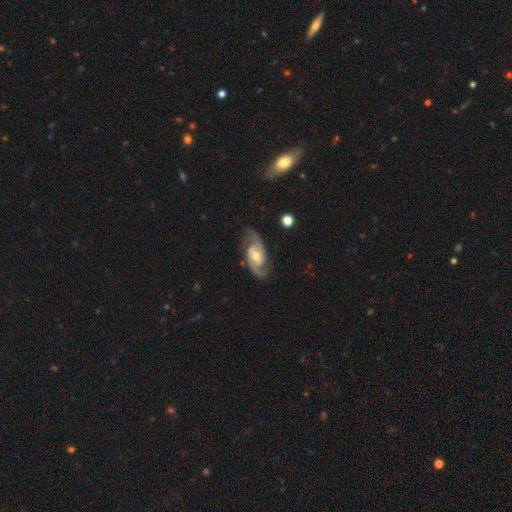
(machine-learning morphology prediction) This appears to be a featured or disk galaxy (91%) with no bar (45%), 2 (92%) medium (55%) spiral arms (98%) and a moderate central bulge (66%). Merging: none (79%).